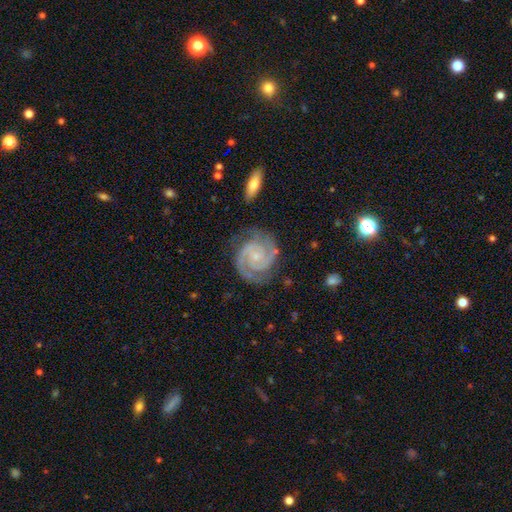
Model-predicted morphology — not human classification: Overall: featured or disk (92%). Edge-on disk: no (98%). Bar: no (66%). Spiral arms: yes (99%). Spiral arm count: 2 (87%). Spiral winding: tight (63%; medium 33%). Bulge size: small (73%). Merging: none (79%).